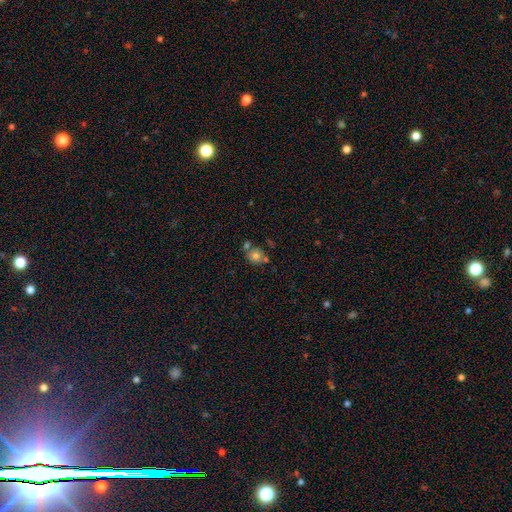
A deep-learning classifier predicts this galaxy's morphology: Overall: smooth (76%). How rounded: round (81%). Merging: none (59%; merger 23%).